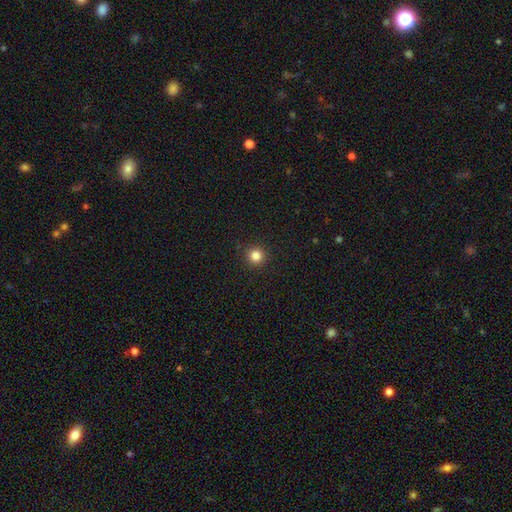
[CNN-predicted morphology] Smooth or featured? smooth (84%)
How rounded? round (95%)
Merging? none (92%)